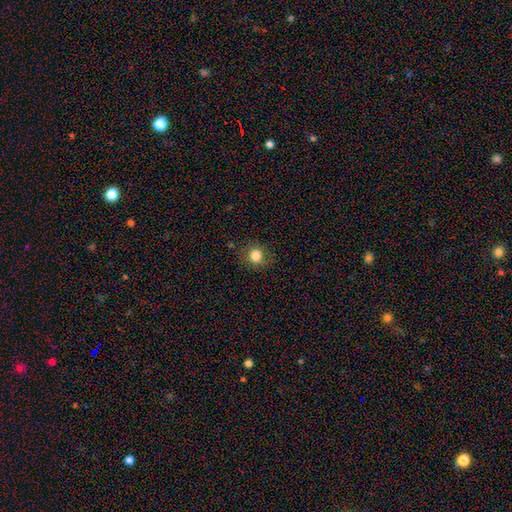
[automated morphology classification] A smooth galaxy with no disk features (83%) that is round (86%).

Vote fractions:
- Smooth or featured? smooth: 83% / star or artifact: 11% / featured or disk: 6%
- How rounded? round: 86% / in between: 13% / cigar-shaped: 1%
- Merging? none: 83% / minor disturbance: 12% / major disturbance: 4% / merger: 1%